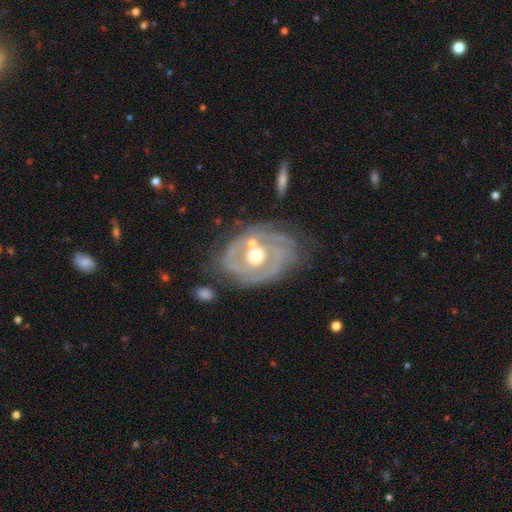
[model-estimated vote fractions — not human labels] This appears to be a featured or disk galaxy (86%) with no bar (77%), 2 (39%) tight (66%) spiral arms (88%) and a moderate central bulge (76%). Merging: none (63%).